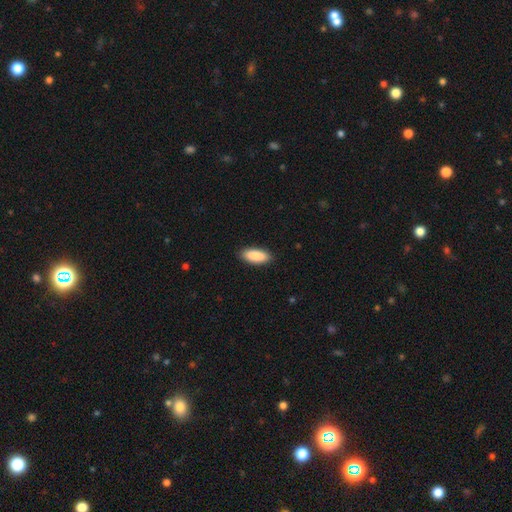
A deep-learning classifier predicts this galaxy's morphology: smooth-or-featured: smooth: 90% | star or artifact: 6% | featured or disk: 4%
  how-rounded: in between: 83% | cigar-shaped: 15% | round: 2%
  merging: none: 89% | minor disturbance: 9% | major disturbance: 2% | merger: 1%